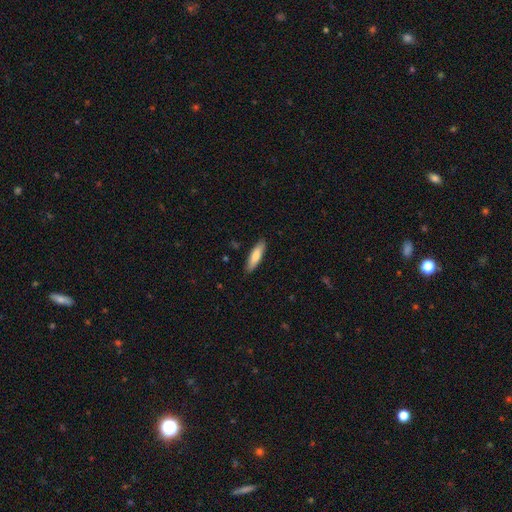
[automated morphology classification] smooth-or-featured: smooth: 77% | featured or disk: 18% | star or artifact: 5%
  how-rounded: cigar-shaped: 61% | in between: 37% | round: 2%
  merging: none: 88% | minor disturbance: 9% | major disturbance: 2% | merger: 1%